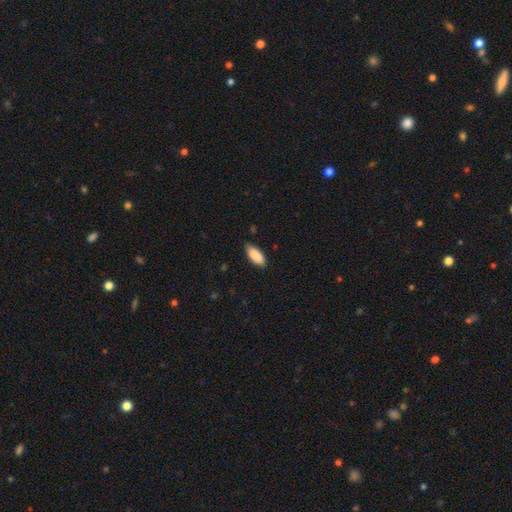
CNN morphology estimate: Smooth or featured? smooth (88%)
How rounded? in between (85%)
Merging? none (81%)